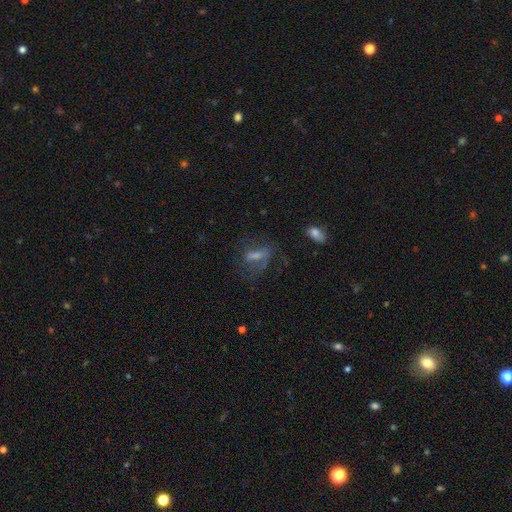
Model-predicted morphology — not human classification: Smooth or featured? Predicted: featured or disk (p=0.48). Merging? Predicted: none (p=0.54).